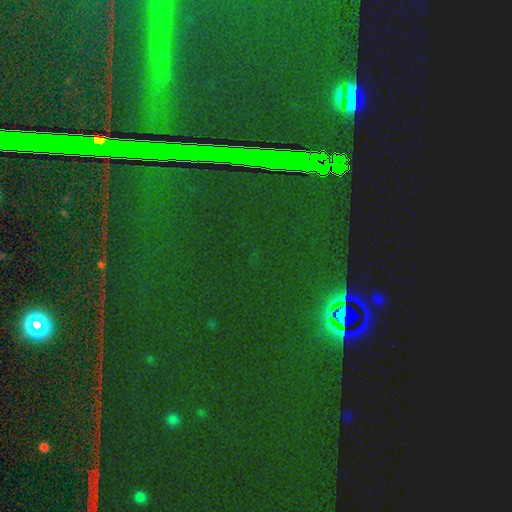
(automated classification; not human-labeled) Smooth or featured: star or artifact — 84% (smooth — 8%)